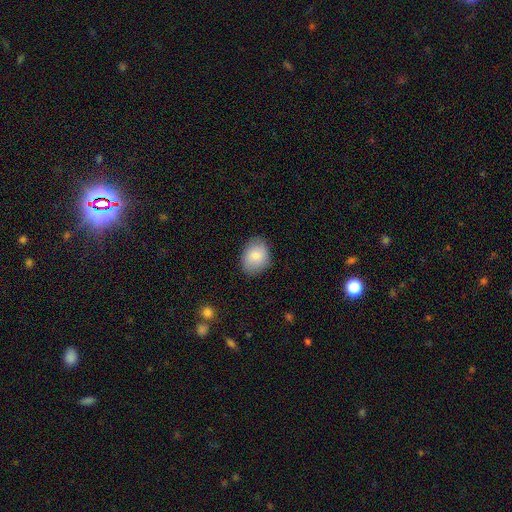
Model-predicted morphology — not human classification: Smooth or featured? Predicted: smooth (p=0.82). How rounded? Predicted: in between (p=0.66). Merging? Predicted: none (p=0.82).